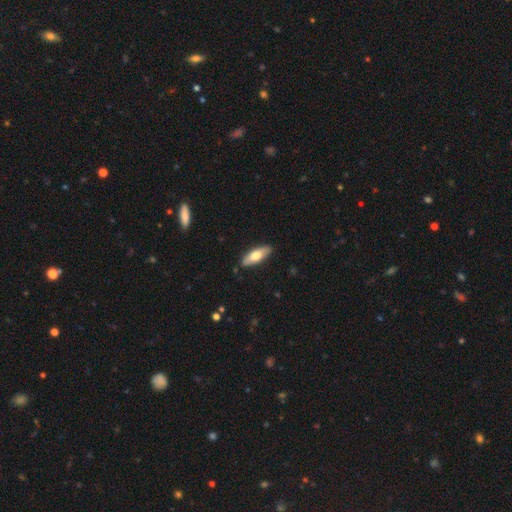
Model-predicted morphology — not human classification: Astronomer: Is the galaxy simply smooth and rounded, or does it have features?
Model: smooth — 64%.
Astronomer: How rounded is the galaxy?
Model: in between — 62%.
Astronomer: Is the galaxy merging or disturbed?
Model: none — 87%.